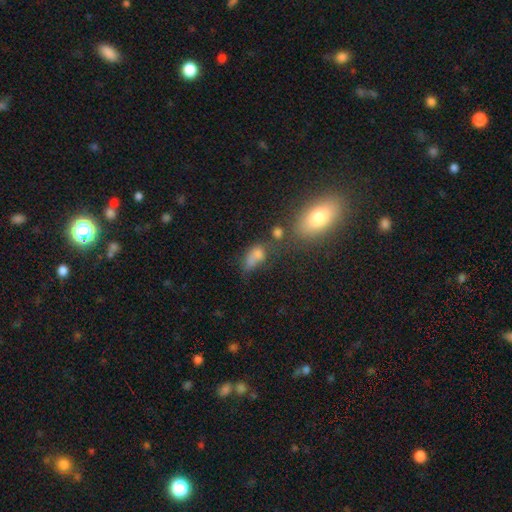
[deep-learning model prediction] A smooth galaxy with no disk features (68%) that is in between round and cigar-shaped (75%). Merging: merger (30%).